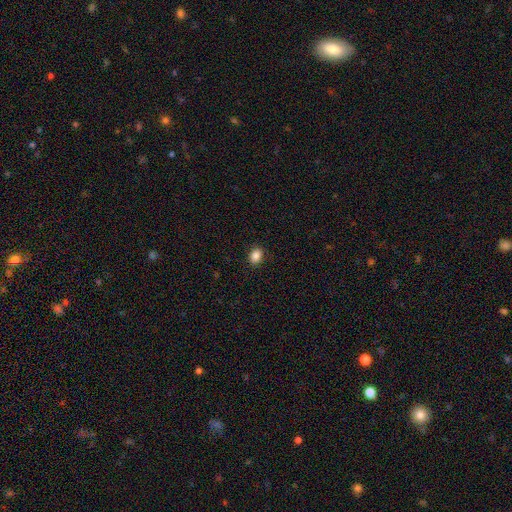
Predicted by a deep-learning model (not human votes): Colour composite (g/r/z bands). It shows a smooth galaxy with no disk features (87%) that is in between round and cigar-shaped (72%). Merging: none (89%).